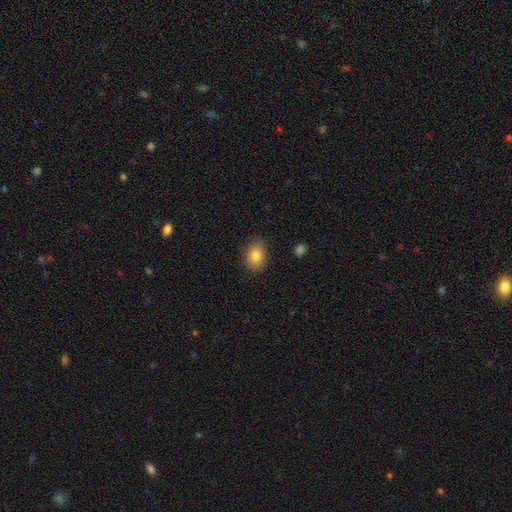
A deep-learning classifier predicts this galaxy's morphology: The model was most divided on "how rounded": in between: 74%, round: 25%, cigar-shaped: 1%. More confident: merging — none (85%); smooth or featured — smooth (84%).